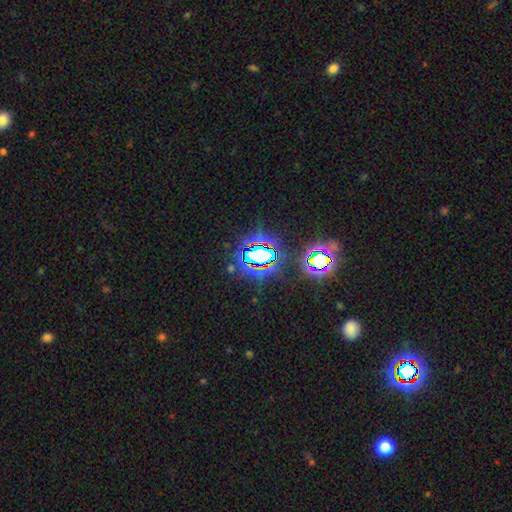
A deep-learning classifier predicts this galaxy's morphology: Smooth or featured? star or artifact (68%)